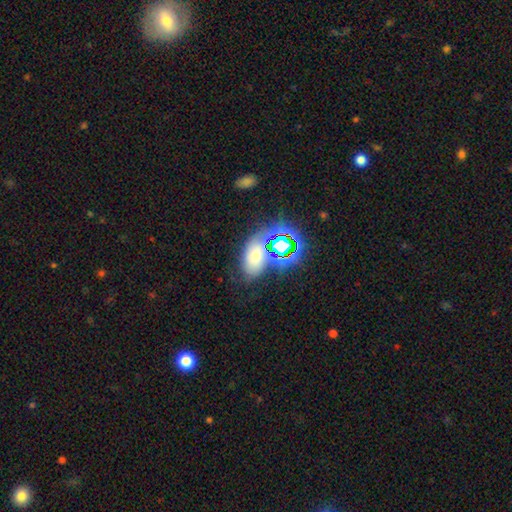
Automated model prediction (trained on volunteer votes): smooth_or_featured: smooth (p=0.50) [alt: star or artifact p=0.34]
merging: none (p=0.58) [alt: minor disturbance p=0.17]